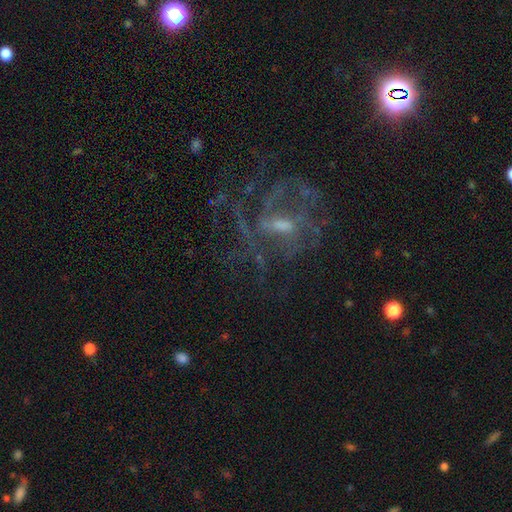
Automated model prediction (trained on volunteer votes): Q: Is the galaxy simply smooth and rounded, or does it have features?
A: featured or disk — 73%.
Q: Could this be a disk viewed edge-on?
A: no — 96%.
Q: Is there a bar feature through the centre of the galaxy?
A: weak — 48%.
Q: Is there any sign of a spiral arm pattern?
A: yes — 79%.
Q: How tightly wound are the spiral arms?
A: medium — 42%.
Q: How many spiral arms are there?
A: can't tell — 45%.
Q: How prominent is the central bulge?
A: small — 47%.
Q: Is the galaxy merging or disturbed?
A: none — 57%.